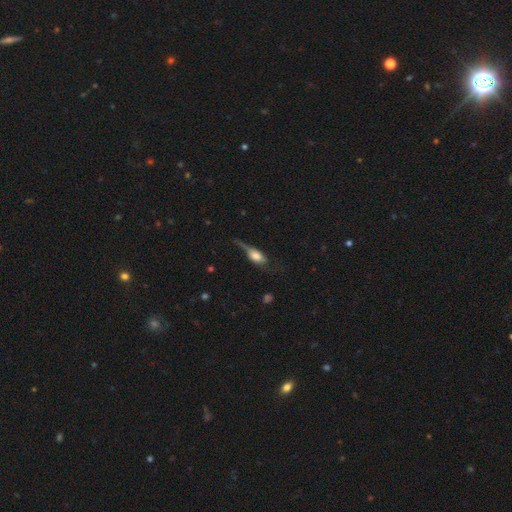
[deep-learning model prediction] This appears to be a smooth galaxy with no disk features (49%). Merging: major disturbance (35%).